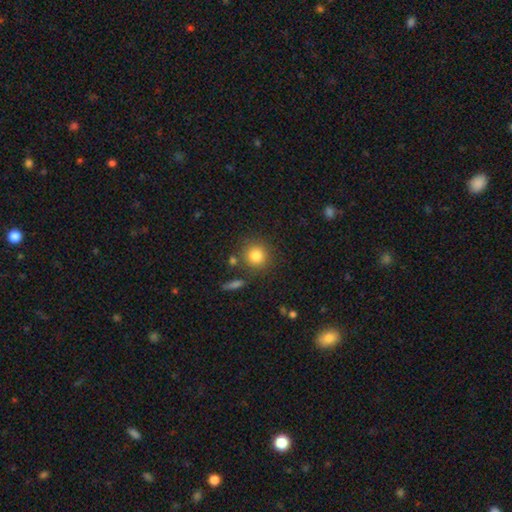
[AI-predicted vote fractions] A smooth galaxy with no disk features (82%) that is round (91%). Merging: none (82%).